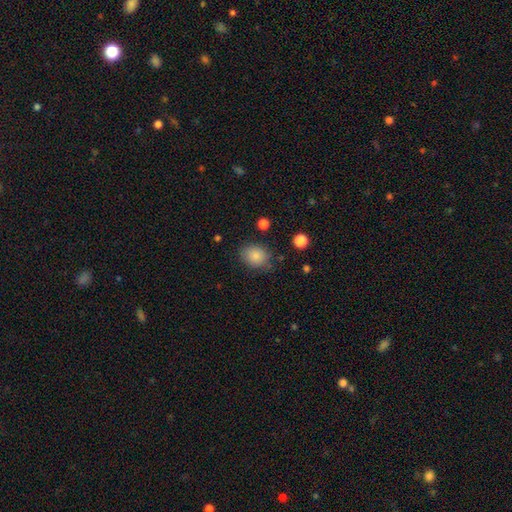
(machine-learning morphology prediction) smooth 85%, star or artifact 9%, featured or disk 6%. Down the decision tree: how rounded — round (50%); merging — none (77%).